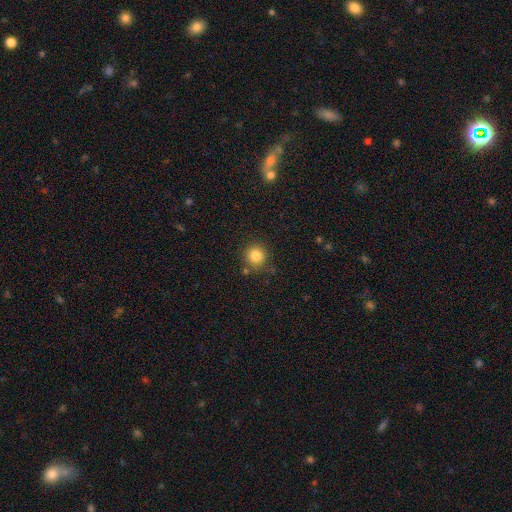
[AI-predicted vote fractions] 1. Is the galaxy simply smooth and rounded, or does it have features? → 83% smooth, 12% star or artifact, 6% featured or disk.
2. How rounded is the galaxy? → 94% round, 5% in between, 1% cigar-shaped.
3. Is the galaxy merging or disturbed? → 84% none, 9% minor disturbance, 4% merger, 3% major disturbance.